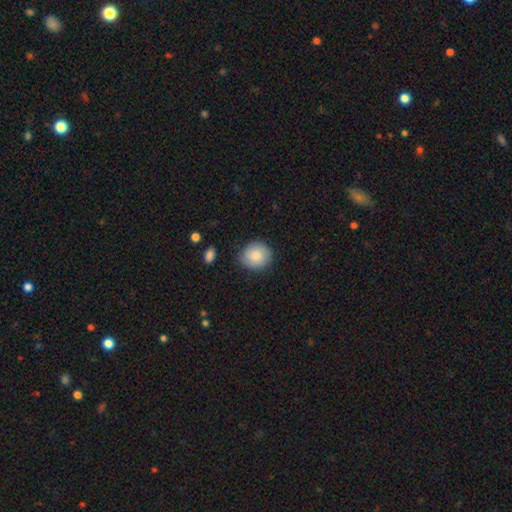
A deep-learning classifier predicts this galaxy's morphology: The model was most divided on "how rounded": round: 82%, in between: 17%, cigar-shaped: 1%. More confident: smooth or featured — smooth (83%); merging — none (82%).